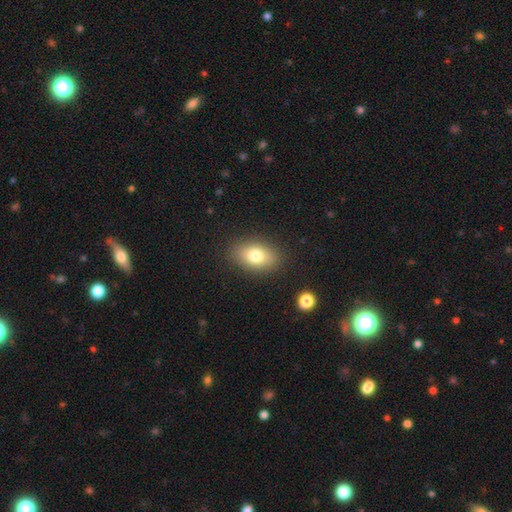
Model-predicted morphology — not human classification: Smooth or featured? smooth (77%)
How rounded? in between (84%)
Merging? none (86%)